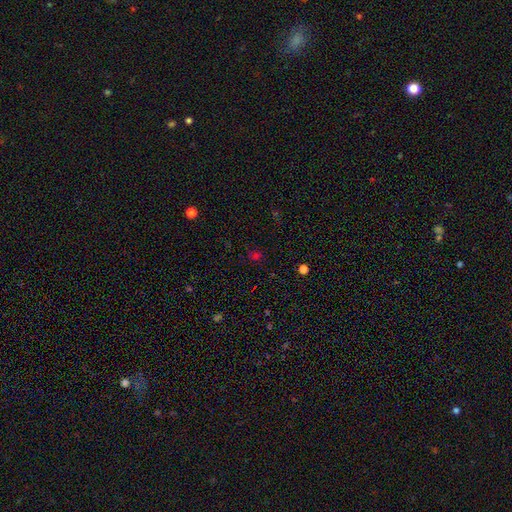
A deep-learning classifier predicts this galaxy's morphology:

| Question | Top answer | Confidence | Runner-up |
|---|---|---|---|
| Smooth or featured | star or artifact | 49% | smooth (44%) |